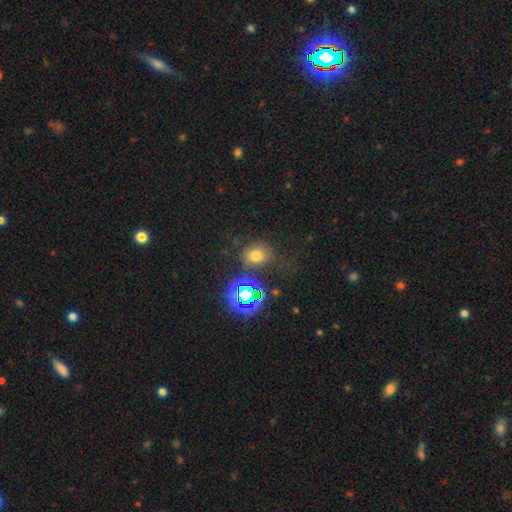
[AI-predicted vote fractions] smooth 65%, star or artifact 26%, featured or disk 9%. Down the decision tree: how rounded — round (61%); merging — none (71%).